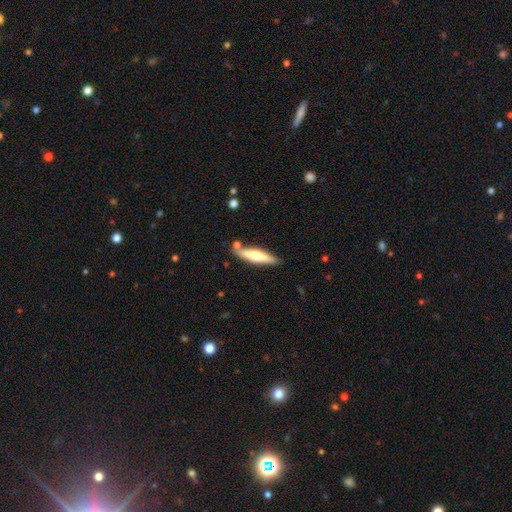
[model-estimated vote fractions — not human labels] smooth 55%, featured or disk 39%, star or artifact 6%. Down the decision tree: how rounded — cigar-shaped (77%); merging — none (79%).